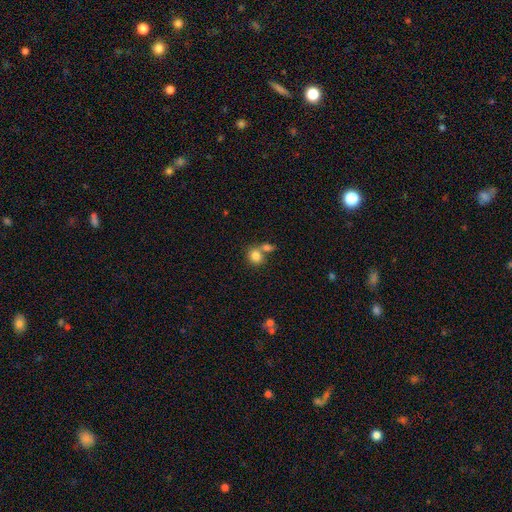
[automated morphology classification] This appears to be a smooth galaxy with no disk features (82%) that is round (71%). Merging: none (46%).